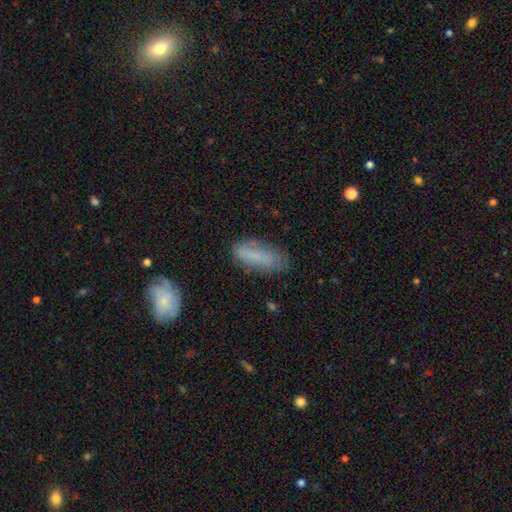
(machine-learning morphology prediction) smooth_or_featured: smooth (p=0.74) [alt: featured or disk p=0.18]
how_rounded: in between (p=0.64) [alt: cigar-shaped p=0.34]
merging: none (p=0.64) [alt: minor disturbance p=0.25]